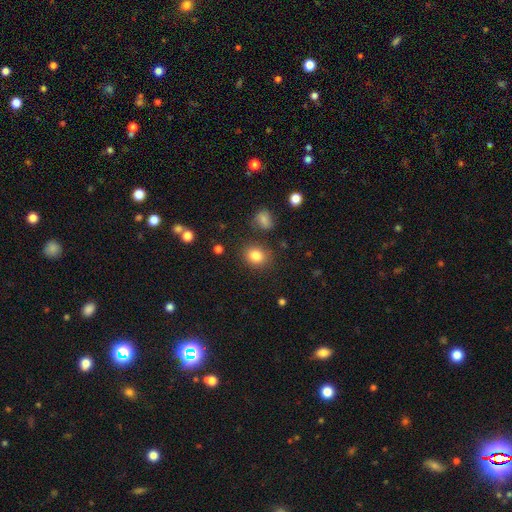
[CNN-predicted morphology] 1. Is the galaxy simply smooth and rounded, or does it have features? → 84% smooth, 11% star or artifact, 6% featured or disk.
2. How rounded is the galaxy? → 61% round, 38% in between, 1% cigar-shaped.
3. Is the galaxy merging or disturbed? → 82% none, 11% minor disturbance, 4% merger, 4% major disturbance.